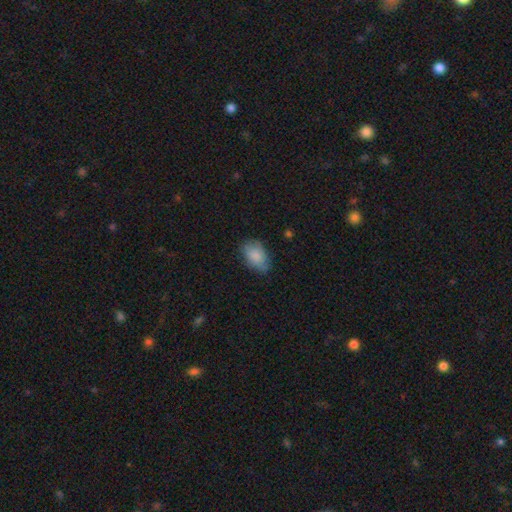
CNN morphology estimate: Smooth or featured?
  - smooth: 82% *
  - featured or disk: 11%
  - star or artifact: 7%
How rounded?
  - in between: 88% *
  - round: 10%
  - cigar-shaped: 1%
Merging?
  - none: 67% *
  - minor disturbance: 26%
  - major disturbance: 6%
  - merger: 1%